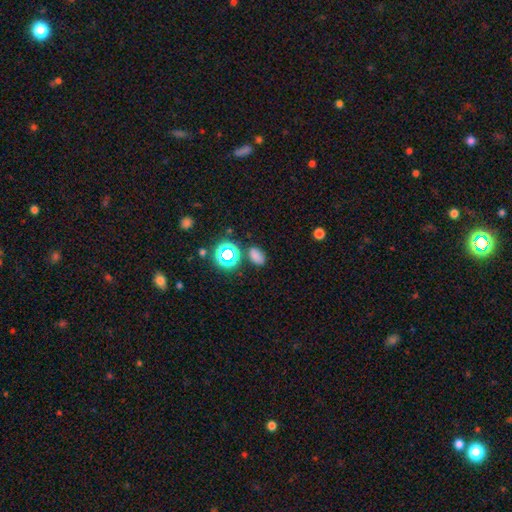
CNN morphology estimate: The model was most divided on "smooth or featured": smooth: 72%, star or artifact: 23%, featured or disk: 5%. More confident: how rounded — in between (81%); merging — none (78%).